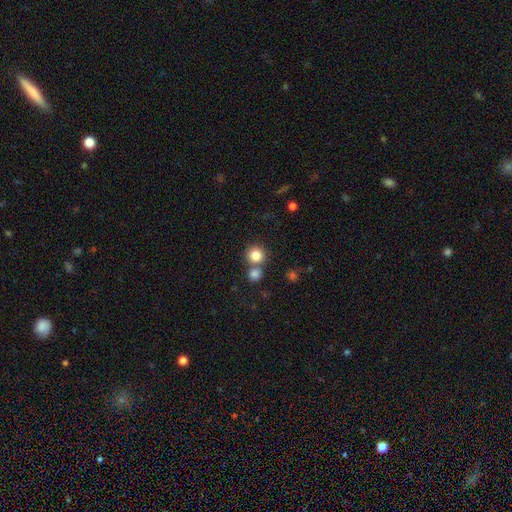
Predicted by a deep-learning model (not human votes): Morphology: type=smooth (82%); roundness=round (92%); merging=none (65%).